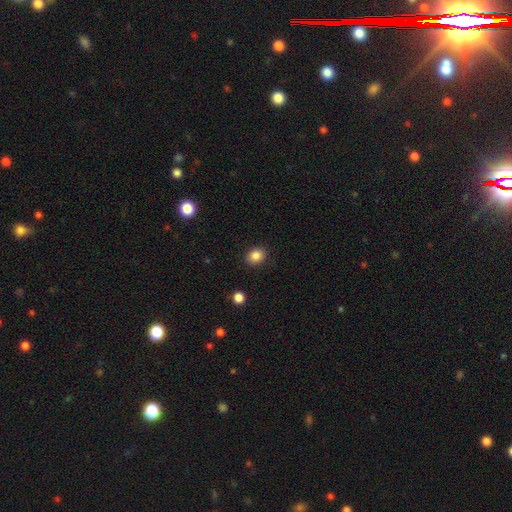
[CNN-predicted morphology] A smooth galaxy with no disk features (86%) that is round (56%). Merging: none (89%).